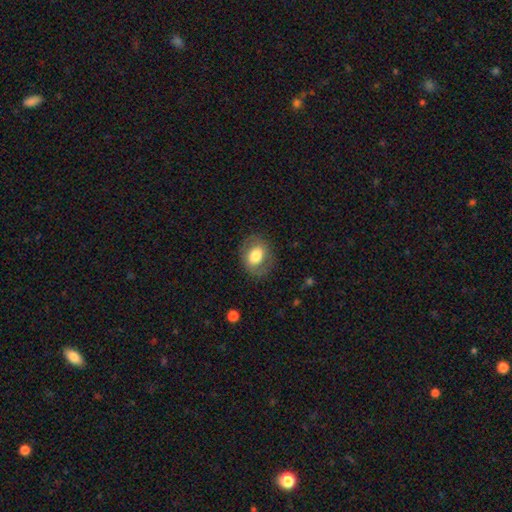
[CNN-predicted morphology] The model was most divided on "how rounded": in between: 53%, round: 46%, cigar-shaped: 1%. More confident: merging — none (79%); smooth or featured — smooth (66%).